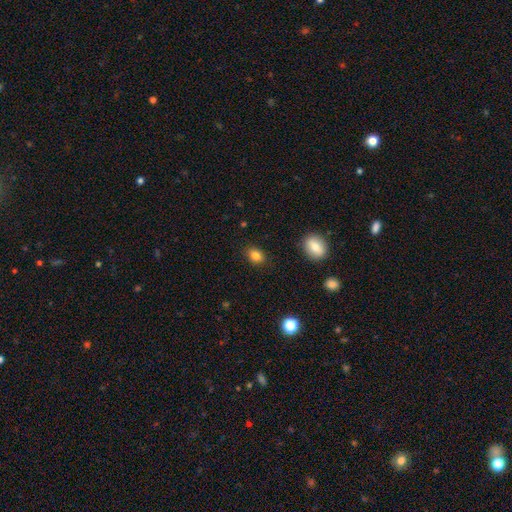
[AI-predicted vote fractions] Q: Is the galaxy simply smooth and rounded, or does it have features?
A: smooth — 82%.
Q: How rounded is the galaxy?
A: in between — 65%.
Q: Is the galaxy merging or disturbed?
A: none — 86%.